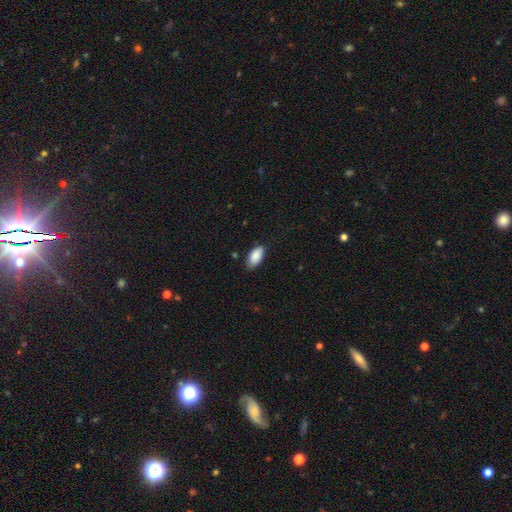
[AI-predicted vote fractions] This appears to be a smooth galaxy with no disk features (87%) that is in between round and cigar-shaped (92%). Merging: none (77%).